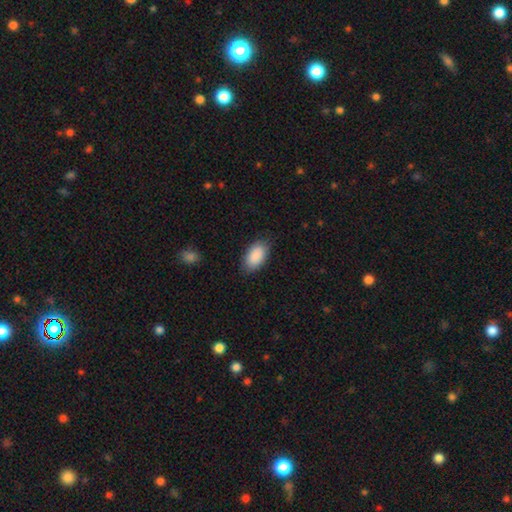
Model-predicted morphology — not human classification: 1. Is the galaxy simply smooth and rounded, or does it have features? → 90% smooth, 6% star or artifact, 4% featured or disk.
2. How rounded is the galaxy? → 95% in between, 4% round, 2% cigar-shaped.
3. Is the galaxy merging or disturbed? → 83% none, 13% minor disturbance, 3% major disturbance, 1% merger.